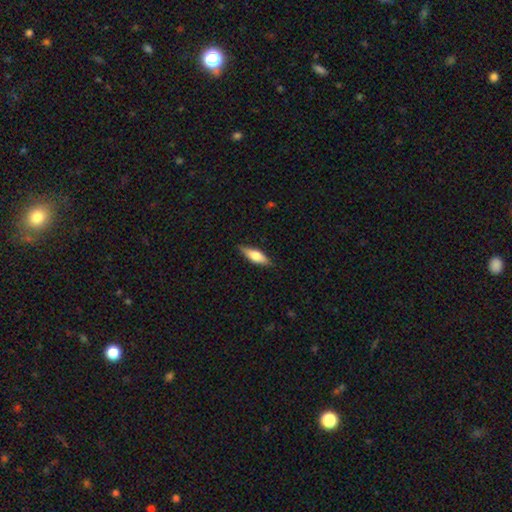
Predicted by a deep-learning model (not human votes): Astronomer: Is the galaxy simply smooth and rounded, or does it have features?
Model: smooth — 60%.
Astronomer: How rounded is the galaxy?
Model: in between — 50% (runner-up: cigar-shaped, 48%).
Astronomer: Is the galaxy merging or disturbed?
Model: none — 86%.